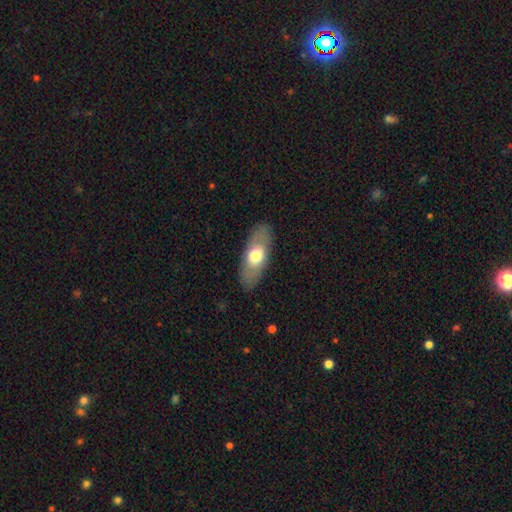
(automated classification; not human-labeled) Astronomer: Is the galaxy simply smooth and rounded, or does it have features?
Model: smooth — 61%.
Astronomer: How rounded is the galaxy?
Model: in between — 77%.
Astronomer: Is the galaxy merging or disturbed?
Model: none — 85%.